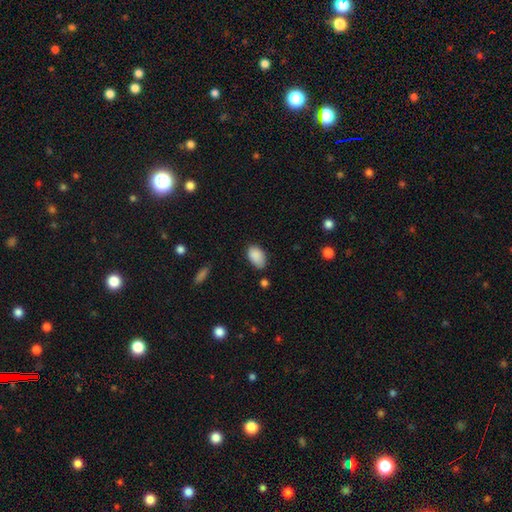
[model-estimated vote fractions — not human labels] This is clearly a smooth galaxy (88%). How rounded: clearly in between (92%). Merging: likely none (70%).